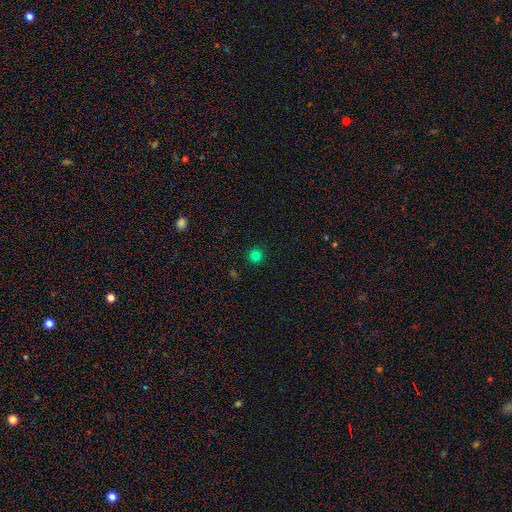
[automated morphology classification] smooth_or_featured: smooth (p=0.80) [alt: star or artifact p=0.16]
how_rounded: round (p=0.95) [alt: in between p=0.04]
merging: none (p=0.93) [alt: minor disturbance p=0.05]